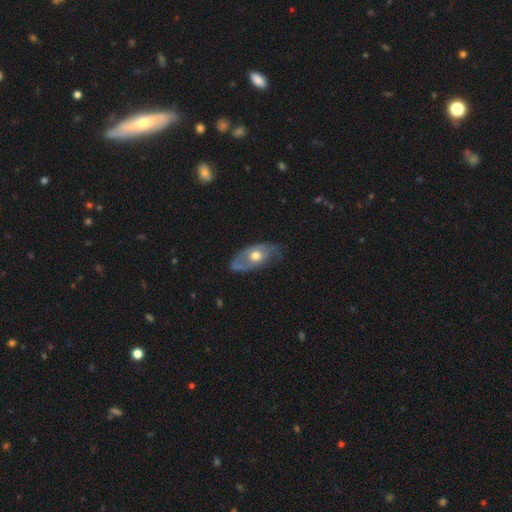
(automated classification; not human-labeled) Q: Smooth or featured?
A: featured or disk (58%); runner-up: smooth (36%)
Q: Edge-on disk?
A: no (86%); runner-up: yes (14%)
Q: Bar?
A: no (88%); runner-up: weak (10%)
Q: Spiral arms?
A: no (57%); runner-up: yes (43%)
Q: Bulge size?
A: moderate (77%); runner-up: large (11%)
Q: Merging?
A: none (62%); runner-up: minor disturbance (27%)